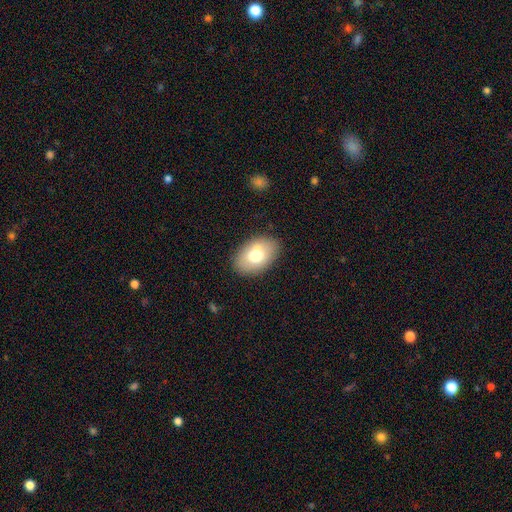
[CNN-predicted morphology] Smooth or featured? smooth (70%)
How rounded? in between (87%)
Merging? none (78%)